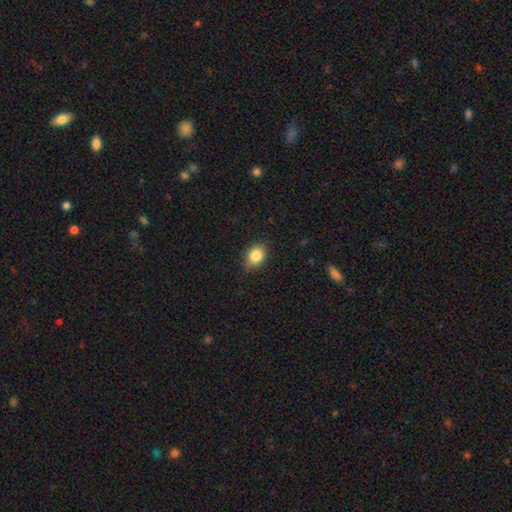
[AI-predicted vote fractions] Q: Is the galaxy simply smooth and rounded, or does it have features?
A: smooth — 83%.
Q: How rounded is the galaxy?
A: in between — 64%.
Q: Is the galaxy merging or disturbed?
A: none — 77%.